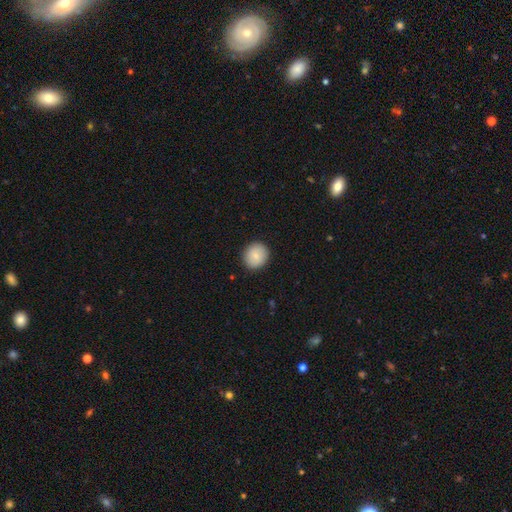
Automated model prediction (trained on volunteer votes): The model was most divided on "how rounded": round: 87%, in between: 13%, cigar-shaped: 1%. More confident: merging — none (90%); smooth or featured — smooth (84%).